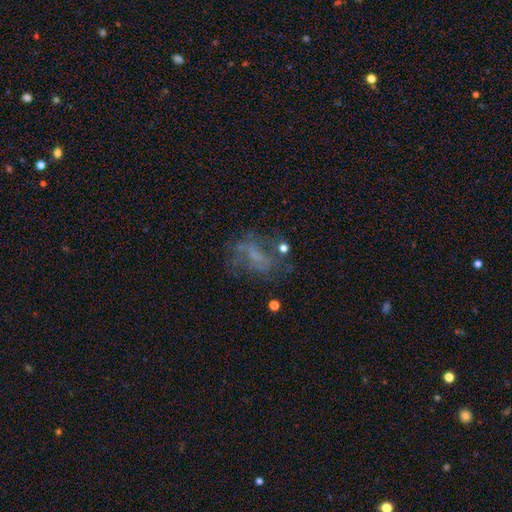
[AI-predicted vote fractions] Q: Smooth or featured?
A: featured or disk (51%); runner-up: smooth (29%)
Q: Edge-on disk?
A: no (96%); runner-up: yes (4%)
Q: Merging?
A: none (46%); runner-up: major disturbance (28%)